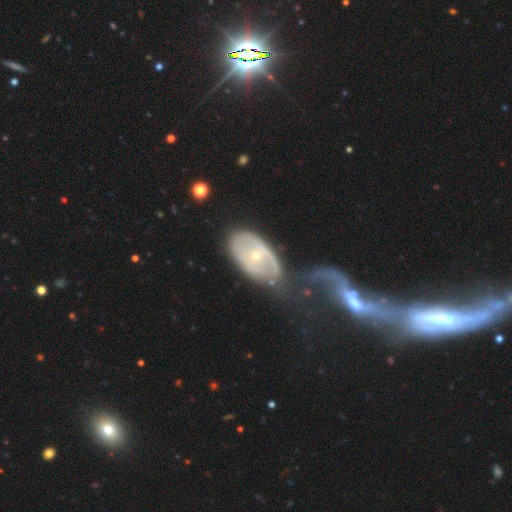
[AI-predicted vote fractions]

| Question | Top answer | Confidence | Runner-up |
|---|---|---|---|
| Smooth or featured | featured or disk | 69% | smooth (25%) |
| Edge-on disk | no | 93% | yes (7%) |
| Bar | no | 73% | weak (20%) |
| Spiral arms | yes | 57% | no (43%) |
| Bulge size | small | 71% | moderate (26%) |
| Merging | none | 35% | minor disturbance (25%) |